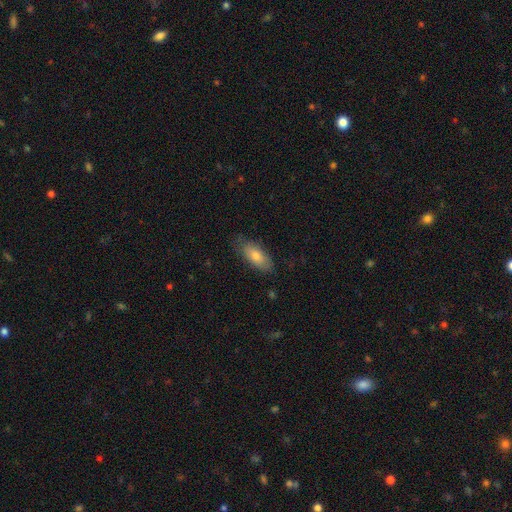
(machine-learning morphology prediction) Smooth or featured? smooth (75%)
How rounded? in between (82%)
Merging? none (75%)